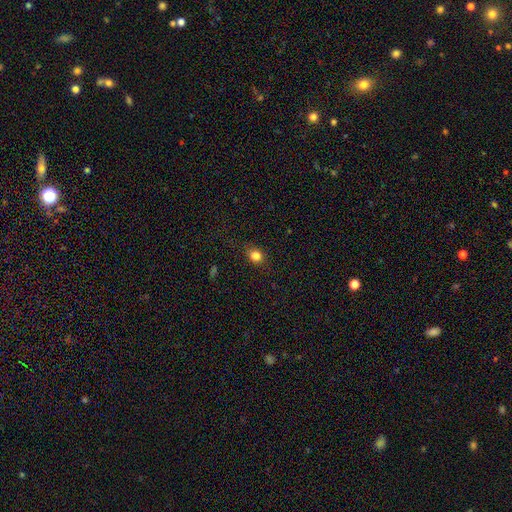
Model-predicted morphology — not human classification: This appears to be a smooth galaxy with no disk features (82%) that is round (64%). Merging: none (78%).